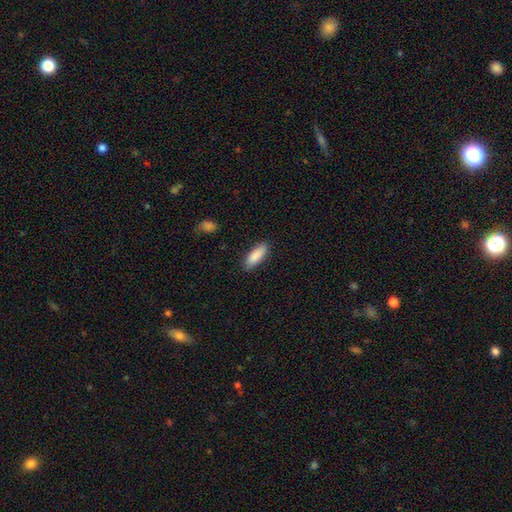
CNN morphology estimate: This appears to be a smooth galaxy with no disk features (88%) that is in between round and cigar-shaped (66%). Merging: none (85%).